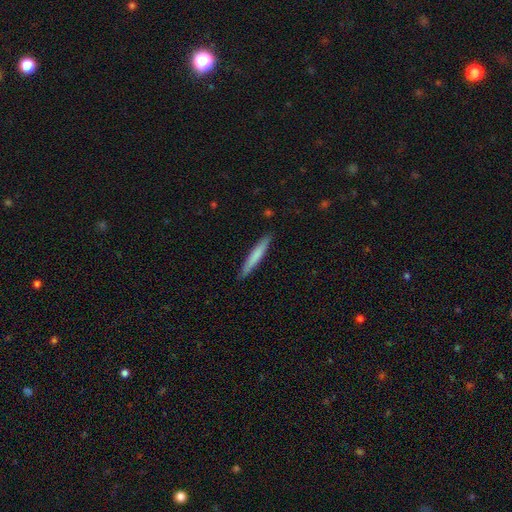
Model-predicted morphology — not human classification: A smooth galaxy with no disk features (71%) that is cigar-shaped (95%).

Vote fractions:
- Smooth or featured? smooth: 71% / featured or disk: 24% / star or artifact: 5%
- How rounded? cigar-shaped: 95% / in between: 4% / round: 1%
- Merging? none: 89% / minor disturbance: 8% / major disturbance: 1% / merger: 1%